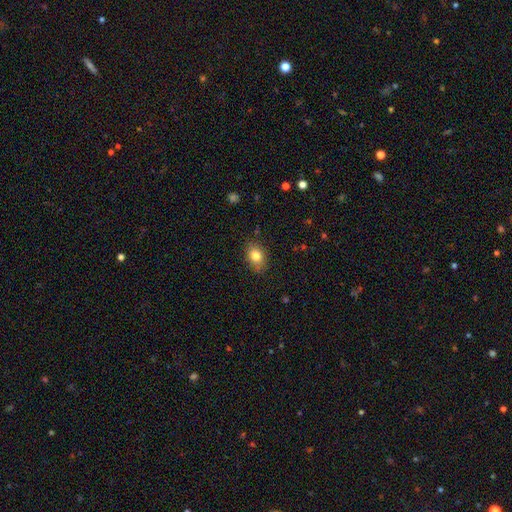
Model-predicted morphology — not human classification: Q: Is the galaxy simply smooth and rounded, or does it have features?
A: smooth — 81%.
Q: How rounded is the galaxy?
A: in between — 72%.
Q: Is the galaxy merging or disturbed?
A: none — 83%.